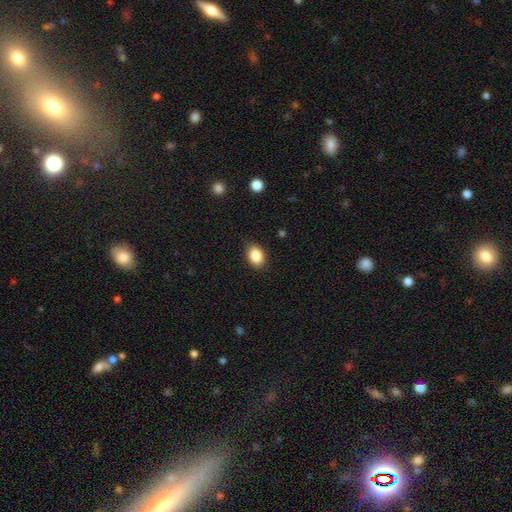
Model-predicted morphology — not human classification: A smooth galaxy with no disk features (86%) that is in between round and cigar-shaped (78%). Merging: none (87%).